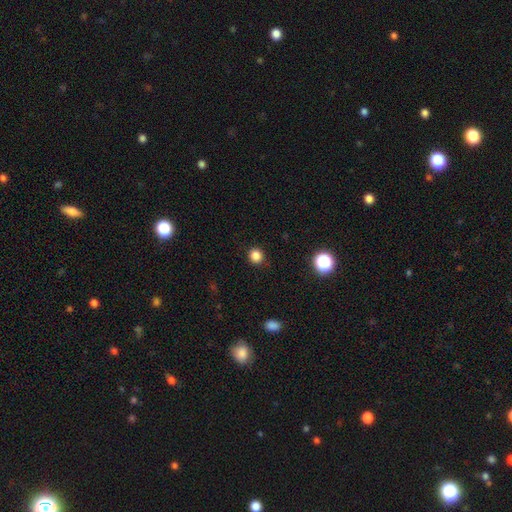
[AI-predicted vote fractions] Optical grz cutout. It shows a smooth galaxy with no disk features (84%) that is round (89%). Merging: none (91%).